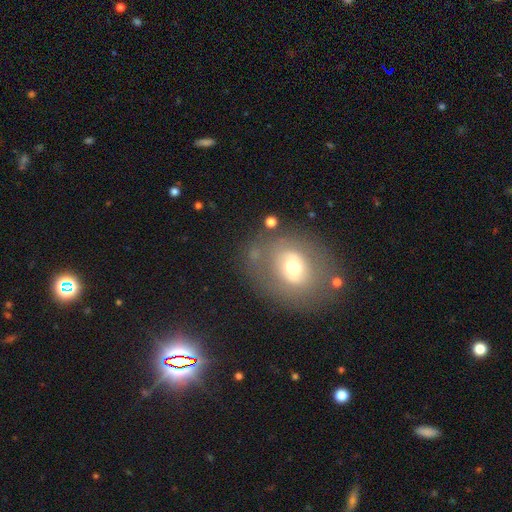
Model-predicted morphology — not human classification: A smooth galaxy with no disk features (48%).

Vote fractions:
- Smooth or featured? smooth: 48% / featured or disk: 39% / star or artifact: 13%
- Merging? none: 67% / minor disturbance: 16% / major disturbance: 11% / merger: 6%